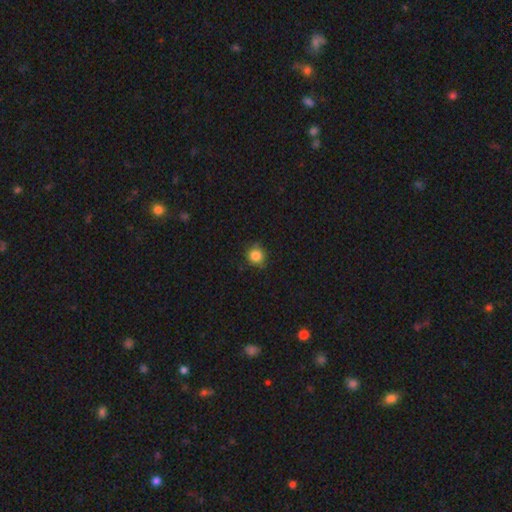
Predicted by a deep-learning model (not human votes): A smooth galaxy with no disk features (84%) that is round (88%).

Vote fractions:
- Smooth or featured? smooth: 84% / star or artifact: 11% / featured or disk: 5%
- How rounded? round: 88% / in between: 11% / cigar-shaped: 1%
- Merging? none: 81% / minor disturbance: 15% / major disturbance: 3% / merger: 1%